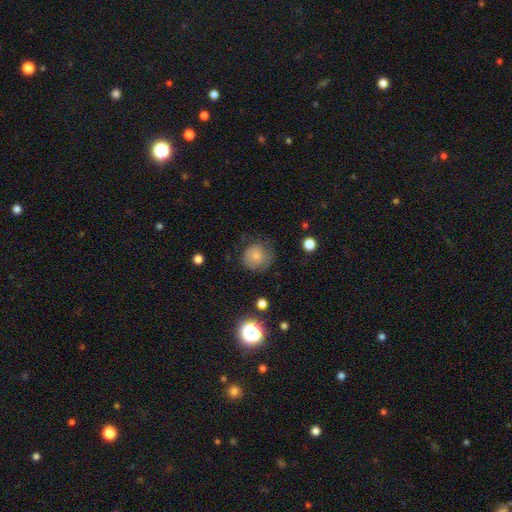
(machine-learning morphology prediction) smooth-or-featured: smooth: 78% | featured or disk: 12% | star or artifact: 11%
  how-rounded: round: 88% | in between: 11% | cigar-shaped: 1%
  merging: none: 67% | minor disturbance: 22% | major disturbance: 9% | merger: 1%